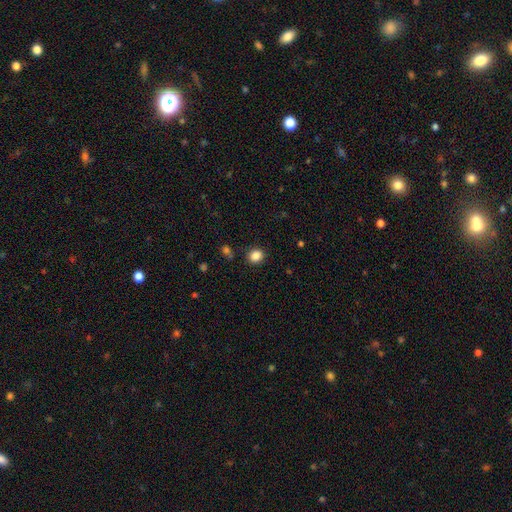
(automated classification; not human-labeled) Smooth or featured: smooth — 85% (star or artifact — 11%)
How rounded: round — 77% (in between — 22%)
Merging: none — 87% (minor disturbance — 8%)